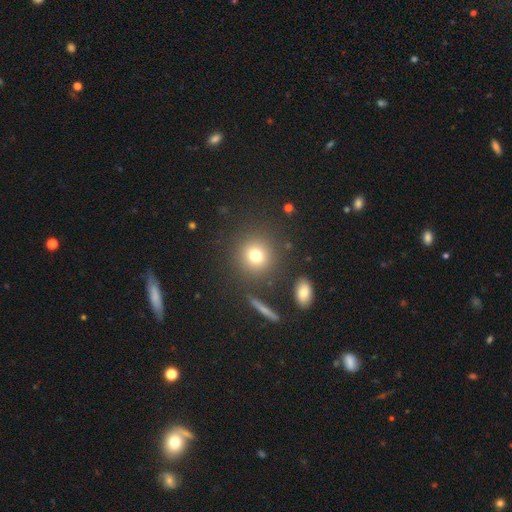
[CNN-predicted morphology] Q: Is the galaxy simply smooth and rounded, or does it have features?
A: smooth — 76%.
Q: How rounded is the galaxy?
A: round — 90%.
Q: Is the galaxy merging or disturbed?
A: none — 84%.